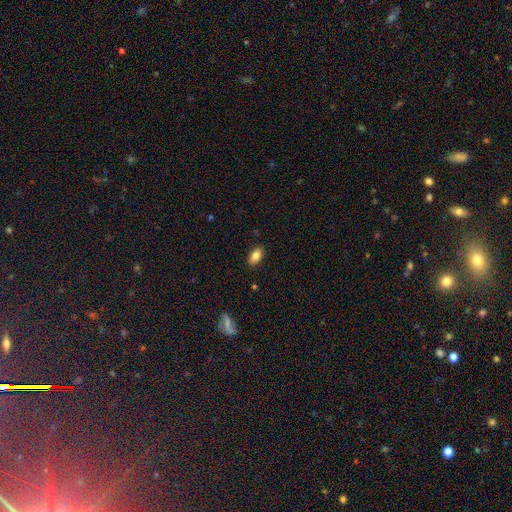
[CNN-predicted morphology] Q: Smooth or featured?
A: smooth (84%); runner-up: star or artifact (8%)
Q: How rounded?
A: in between (90%); runner-up: round (7%)
Q: Merging?
A: none (87%); runner-up: minor disturbance (10%)